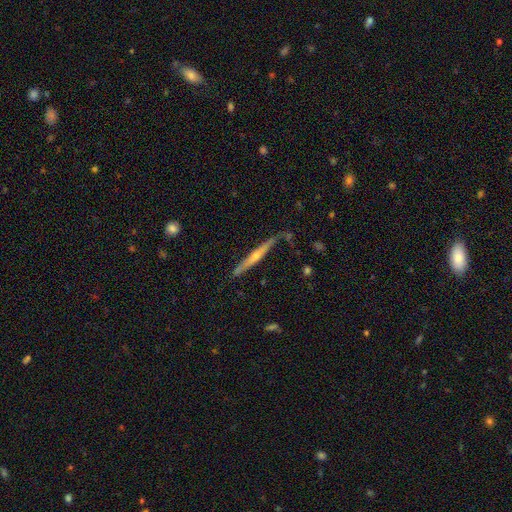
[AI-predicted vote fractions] Smooth or featured? featured or disk (66%)
Edge-on disk? yes (96%)
Edge-on bulge? rounded (75%)
Merging? none (77%)